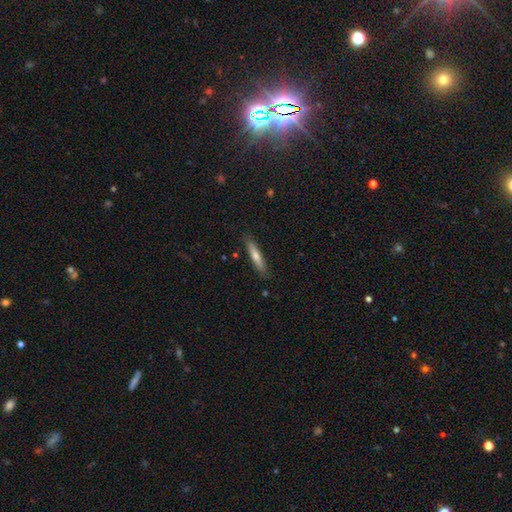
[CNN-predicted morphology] Smooth or featured? Predicted: smooth (p=0.55). How rounded? Predicted: cigar-shaped (p=0.89). Merging? Predicted: none (p=0.88).